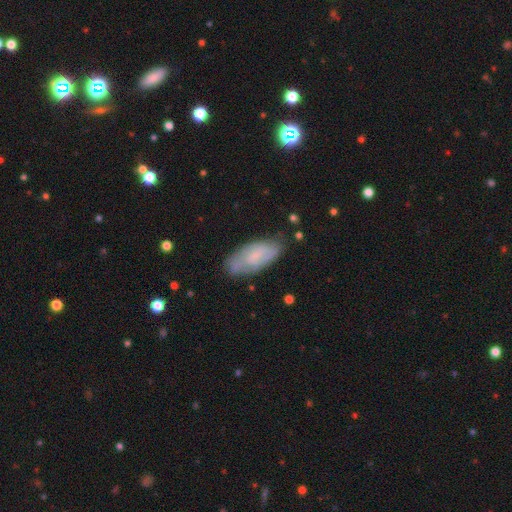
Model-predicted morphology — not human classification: featured or disk 50%, smooth 42%, star or artifact 8%. Down the decision tree: edge-on disk — no (90%); merging — none (72%).